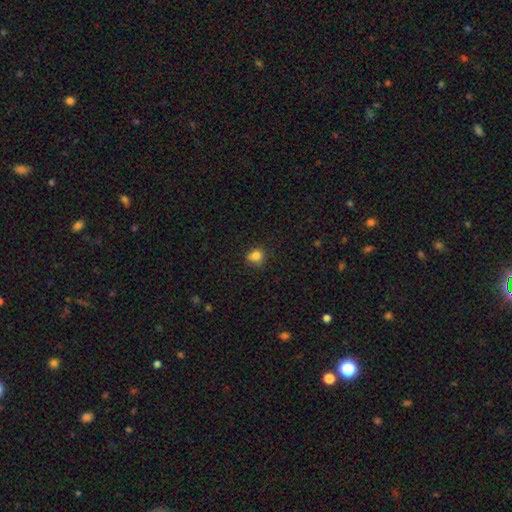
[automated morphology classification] Smooth or featured? Predicted: smooth (p=0.82). How rounded? Predicted: round (p=0.81). Merging? Predicted: none (p=0.76).